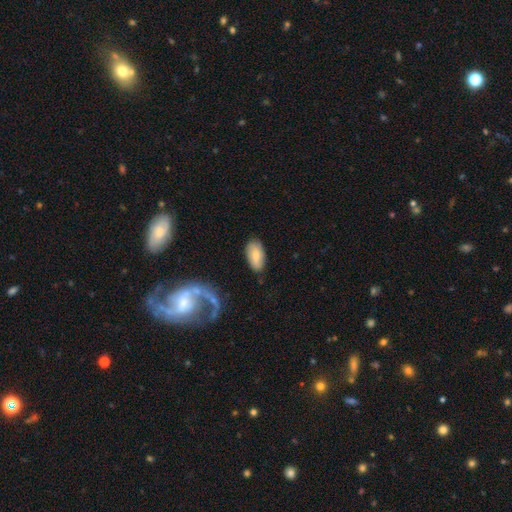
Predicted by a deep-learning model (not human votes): Smooth or featured? Predicted: smooth (p=0.77). How rounded? Predicted: in between (p=0.94). Merging? Predicted: none (p=0.79).